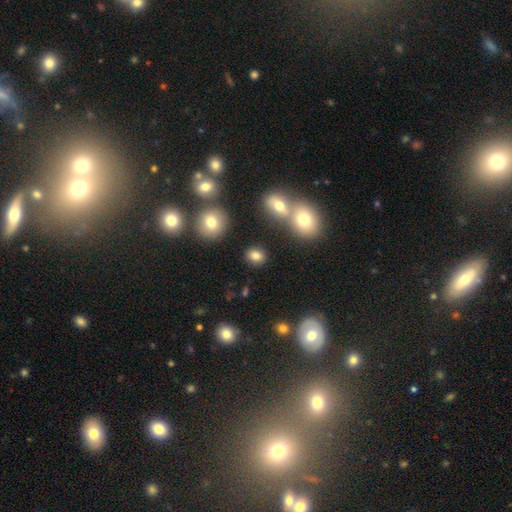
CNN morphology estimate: Overall: smooth (81%). How rounded: round (66%; in between 32%). Merging: none (82%).